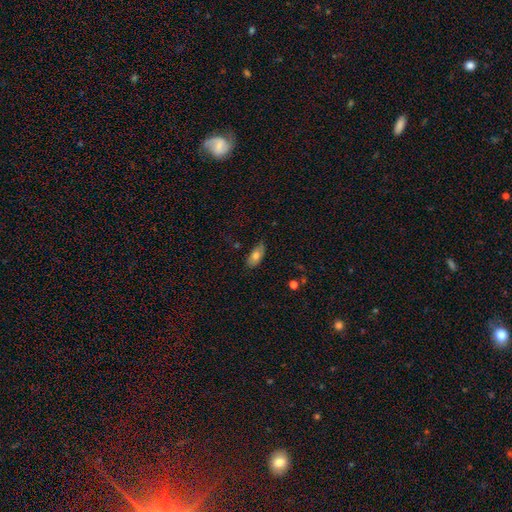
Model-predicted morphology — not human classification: Overall: smooth (74%). How rounded: in between (88%). Merging: none (74%).